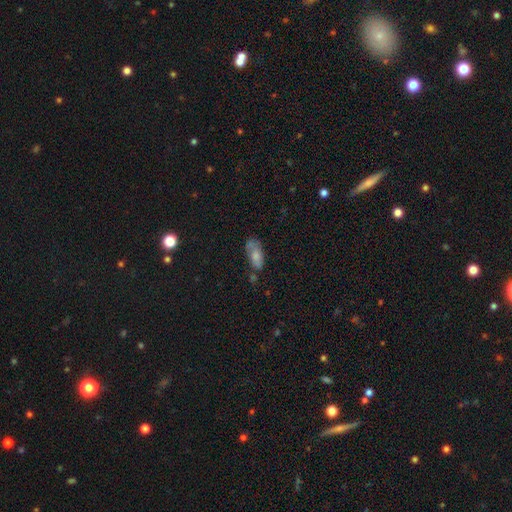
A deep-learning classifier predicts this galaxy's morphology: A smooth galaxy with no disk features (68%) that is in between round and cigar-shaped (84%). Merging: none (48%).